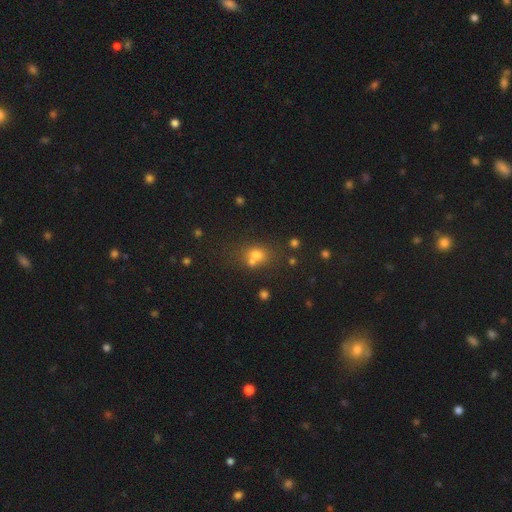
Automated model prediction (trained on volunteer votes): Morphology: type=smooth (68%); roundness=round (61%); merging=none (42%).